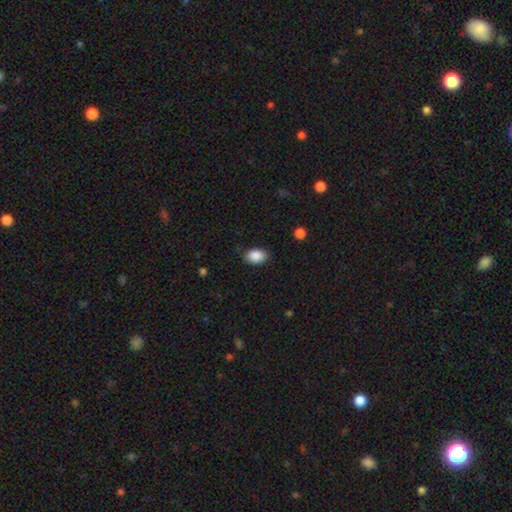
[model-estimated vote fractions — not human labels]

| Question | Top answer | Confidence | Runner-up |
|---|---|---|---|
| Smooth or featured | smooth | 89% | star or artifact (7%) |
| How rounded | in between | 85% | round (14%) |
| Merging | none | 84% | minor disturbance (12%) |